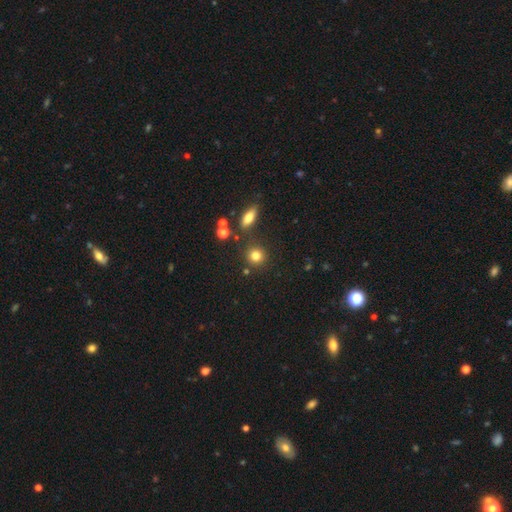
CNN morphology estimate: type=smooth (80%); roundness=round (88%); merging=none (81%).